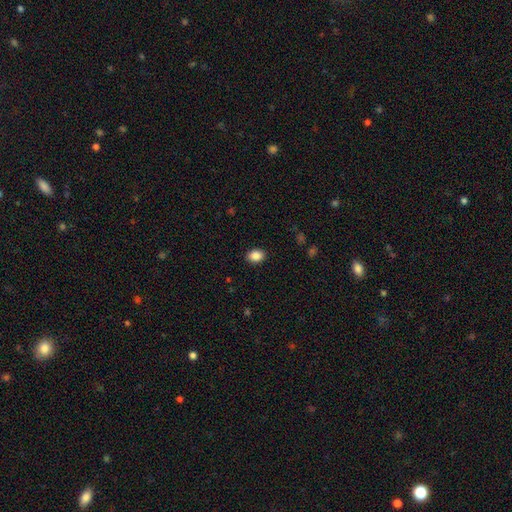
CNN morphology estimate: Overall: smooth (88%). How rounded: in between (67%; round 32%). Merging: none (90%).